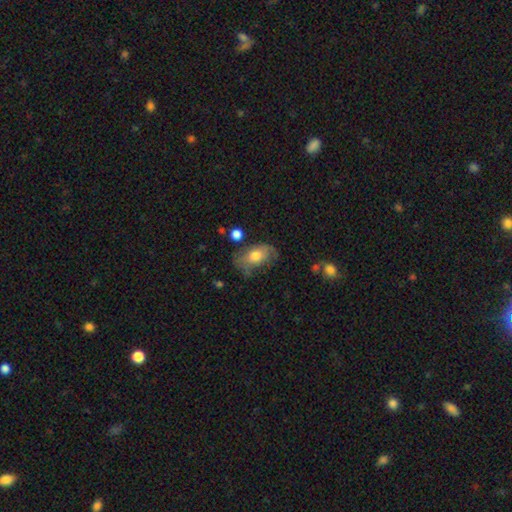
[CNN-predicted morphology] Smooth or featured? Predicted: smooth (p=0.62). How rounded? Predicted: in between (p=0.88). Merging? Predicted: none (p=0.50).